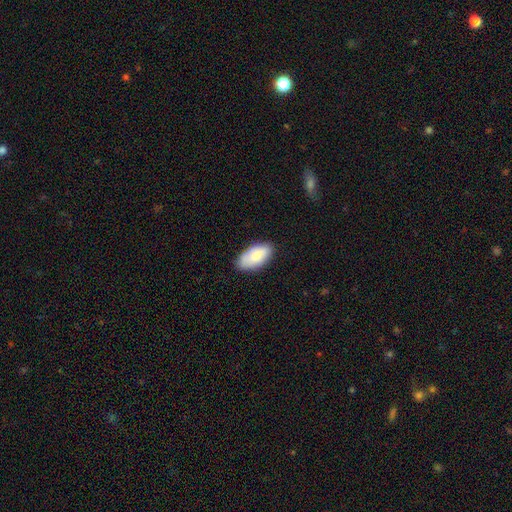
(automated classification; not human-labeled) The model was most divided on "merging": none: 83%, minor disturbance: 14%, major disturbance: 2%, merger: 1%. More confident: how rounded — in between (94%); smooth or featured — smooth (84%).